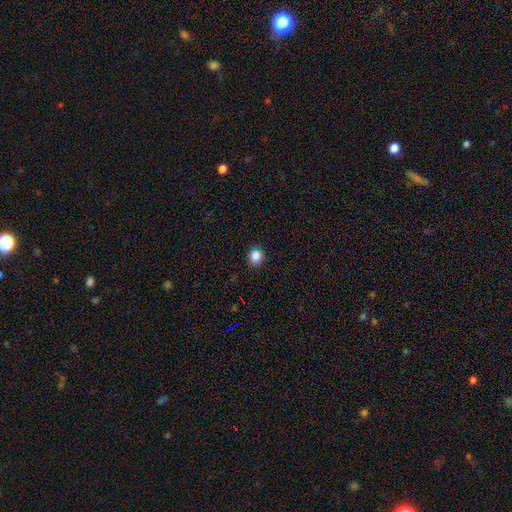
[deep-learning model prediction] A smooth galaxy with no disk features (86%) that is round (80%). Merging: none (88%).